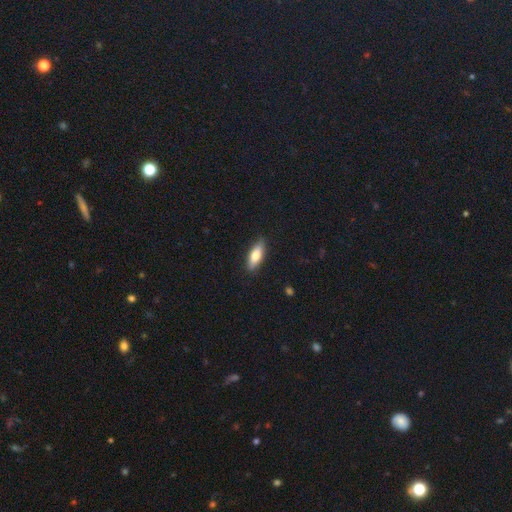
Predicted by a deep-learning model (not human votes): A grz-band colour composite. It shows a smooth galaxy with no disk features (69%) that is in between round and cigar-shaped (61%). Merging: none (86%).